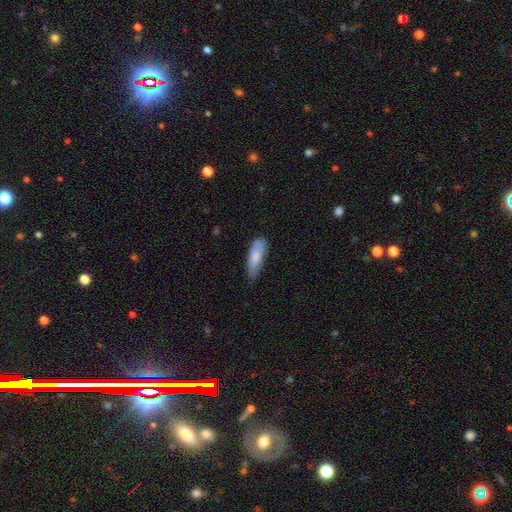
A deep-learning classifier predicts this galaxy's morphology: type=smooth (81%); roundness=in between (67%); merging=none (55%).